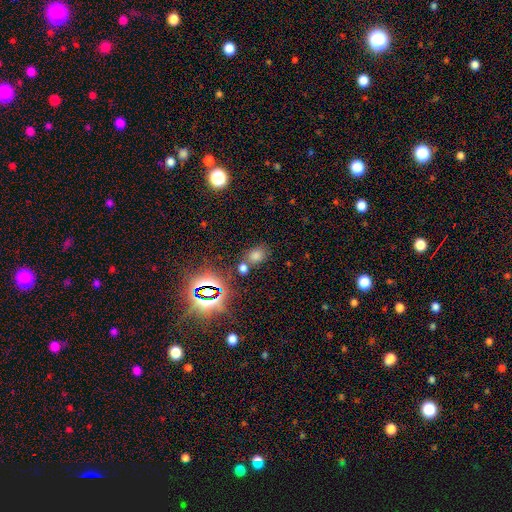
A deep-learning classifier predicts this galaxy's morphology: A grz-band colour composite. It shows a smooth galaxy with no disk features (58%) that is in between round and cigar-shaped (55%). Merging: none (70%).